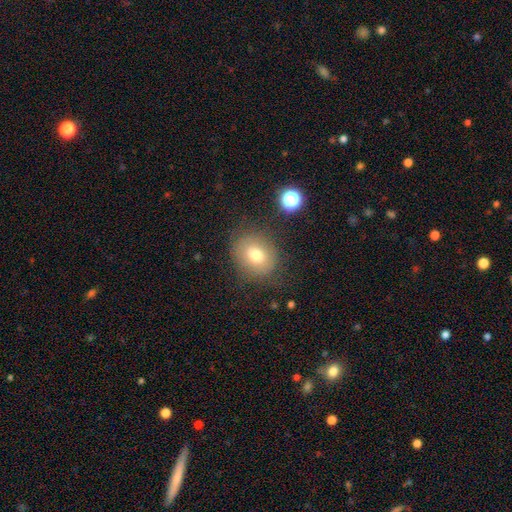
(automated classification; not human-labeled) smooth_or_featured: smooth (p=0.71) [alt: featured or disk p=0.17]
how_rounded: round (p=0.58) [alt: in between p=0.41]
merging: none (p=0.76) [alt: minor disturbance p=0.15]